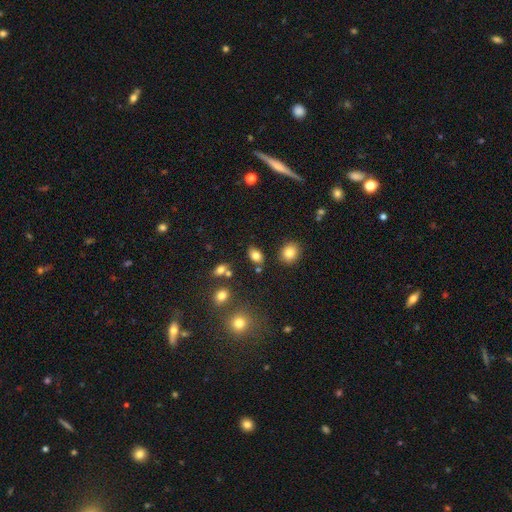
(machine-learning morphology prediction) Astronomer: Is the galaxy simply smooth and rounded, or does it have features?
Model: smooth — 82%.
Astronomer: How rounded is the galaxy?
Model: in between — 83%.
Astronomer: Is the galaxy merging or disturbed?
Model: none — 79%.